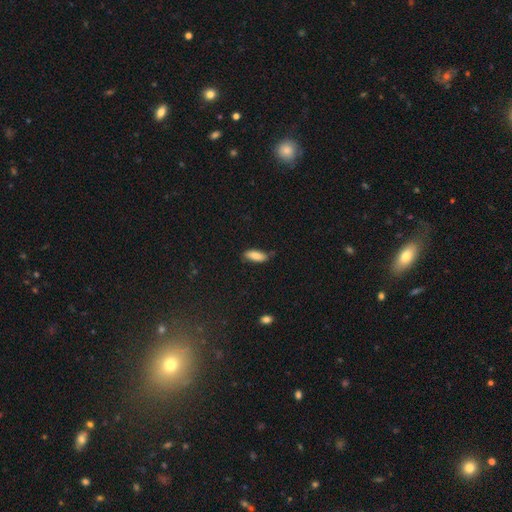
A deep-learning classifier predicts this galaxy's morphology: smooth-or-featured: smooth: 84% | featured or disk: 10% | star or artifact: 7%
  how-rounded: in between: 73% | cigar-shaped: 25% | round: 2%
  merging: none: 76% | minor disturbance: 19% | major disturbance: 3% | merger: 2%